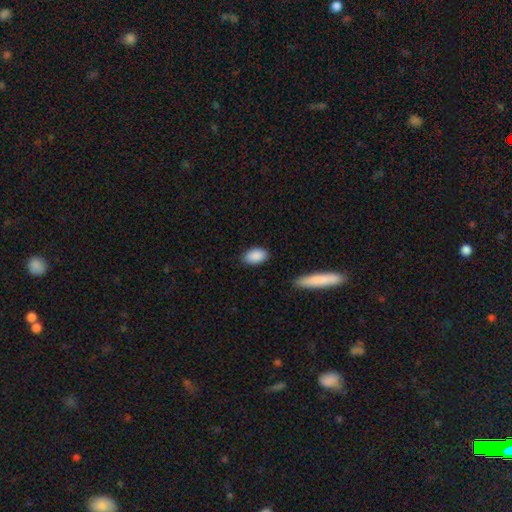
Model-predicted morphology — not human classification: This is clearly a smooth galaxy (90%). How rounded: clearly in between (92%). Merging: clearly none (85%).